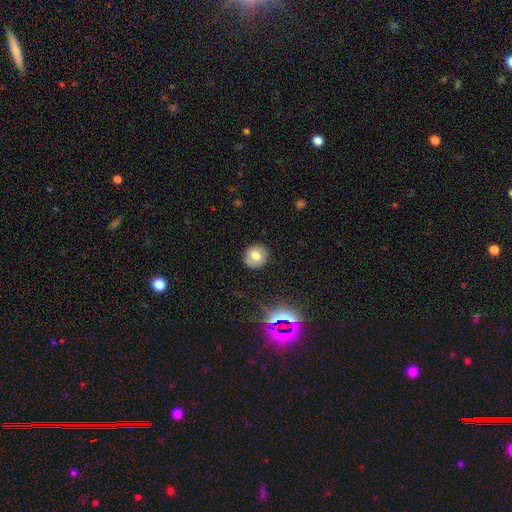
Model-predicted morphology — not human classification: A smooth galaxy with no disk features (65%) that is round (82%). Merging: none (86%).